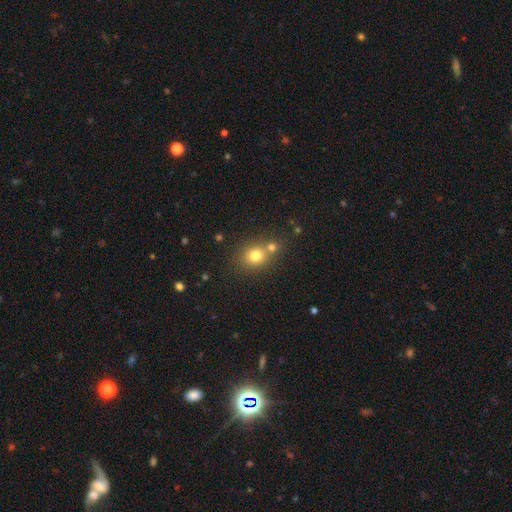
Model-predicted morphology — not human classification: The model was most divided on "merging": none: 55%, merger: 34%, minor disturbance: 8%, major disturbance: 3%. More confident: smooth or featured — smooth (76%); how rounded — round (74%).